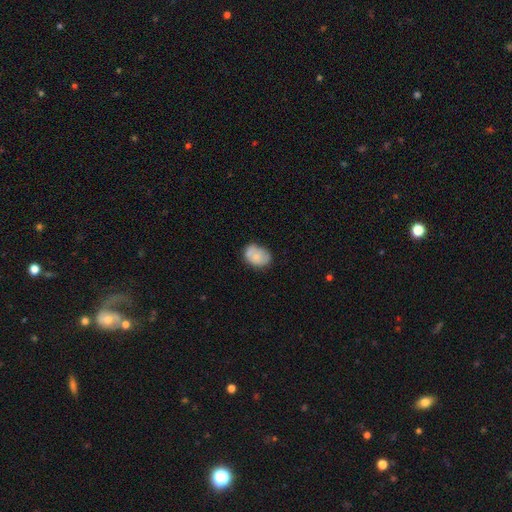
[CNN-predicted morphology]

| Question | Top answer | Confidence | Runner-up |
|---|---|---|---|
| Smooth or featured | smooth | 67% | featured or disk (25%) |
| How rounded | in between | 68% | round (31%) |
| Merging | none | 56% | minor disturbance (27%) |